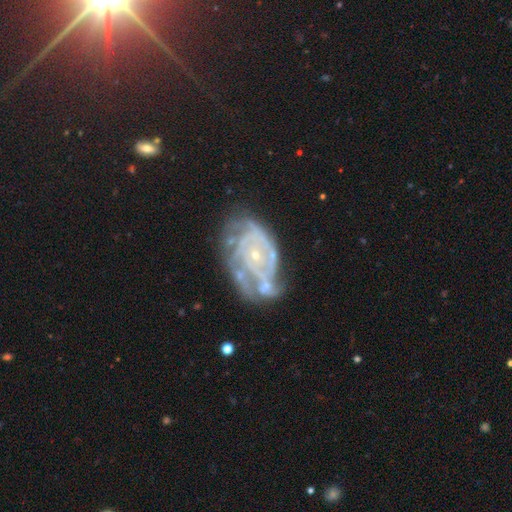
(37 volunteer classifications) A featured or disk galaxy (89%) with no bar (88%), 3 (45%) tight (55%) spiral arms (94%) and a small central bulge (88%). Merging: none (59%).